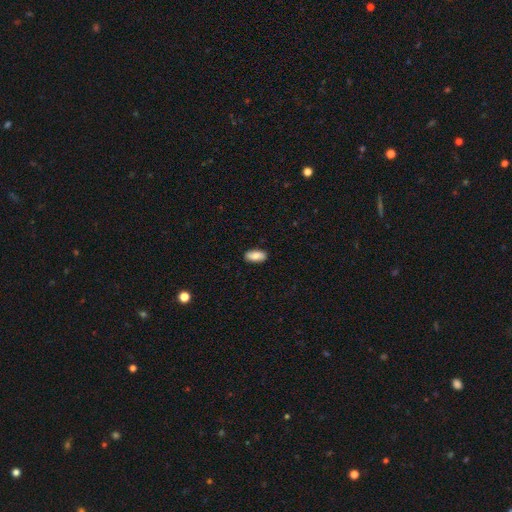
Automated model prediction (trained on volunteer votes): This is clearly a smooth galaxy (83%). How rounded: clearly in between (89%). Merging: clearly none (89%).